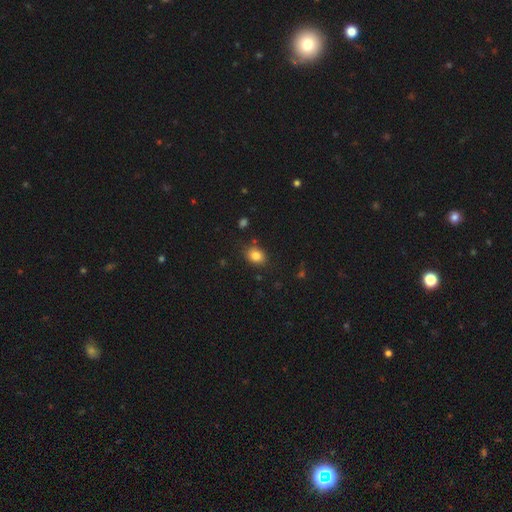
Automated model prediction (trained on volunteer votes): This appears to be a smooth galaxy with no disk features (83%) that is in between round and cigar-shaped (62%). Merging: none (83%).